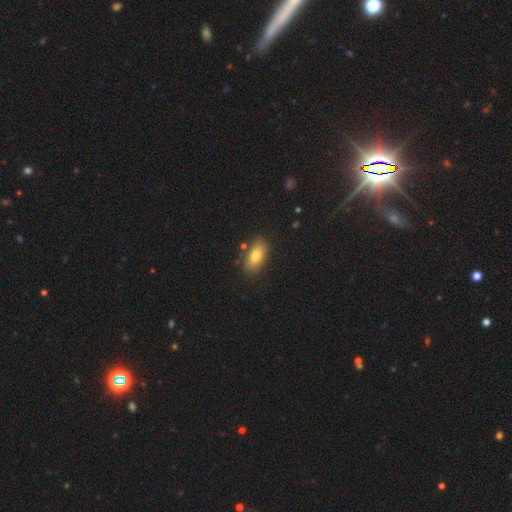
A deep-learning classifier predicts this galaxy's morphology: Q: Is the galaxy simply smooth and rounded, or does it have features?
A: smooth — 78%.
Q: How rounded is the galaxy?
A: in between — 89%.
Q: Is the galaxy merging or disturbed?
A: none — 82%.